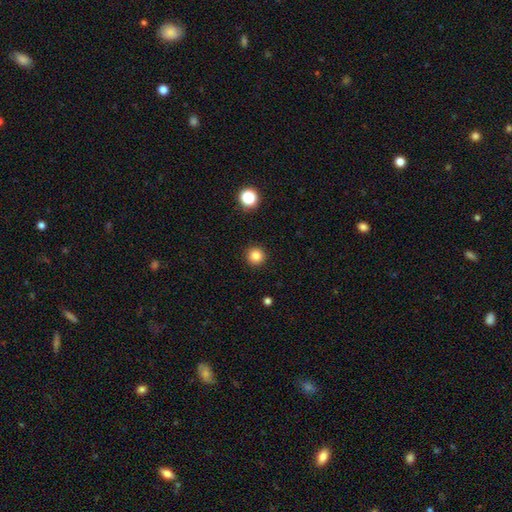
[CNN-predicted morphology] type=smooth (83%); roundness=round (95%); merging=none (93%).